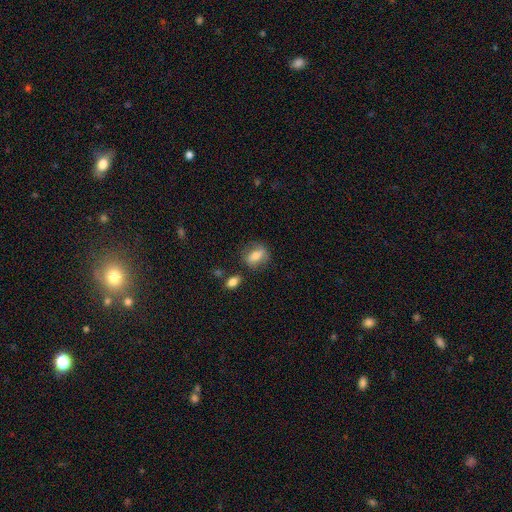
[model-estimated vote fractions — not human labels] This is likely a smooth galaxy (64%). How rounded: likely in between (64%). Merging: likely none (71%).